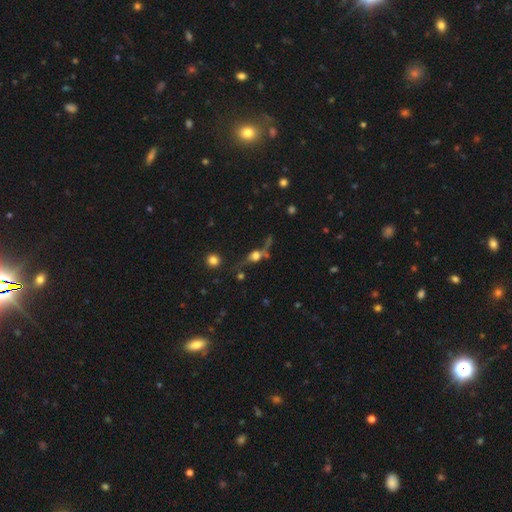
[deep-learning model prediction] The model was most divided on "smooth or featured": featured or disk: 53%, smooth: 28%, star or artifact: 18%. More confident: edge-on disk — yes (75%); merging — none (57%).